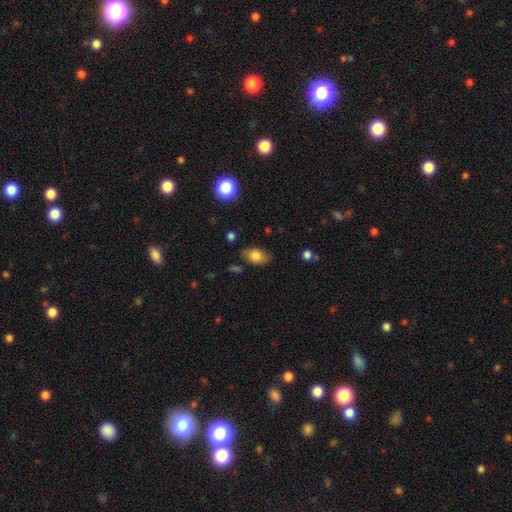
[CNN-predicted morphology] Smooth or featured? smooth (79%)
How rounded? in between (87%)
Merging? none (79%)